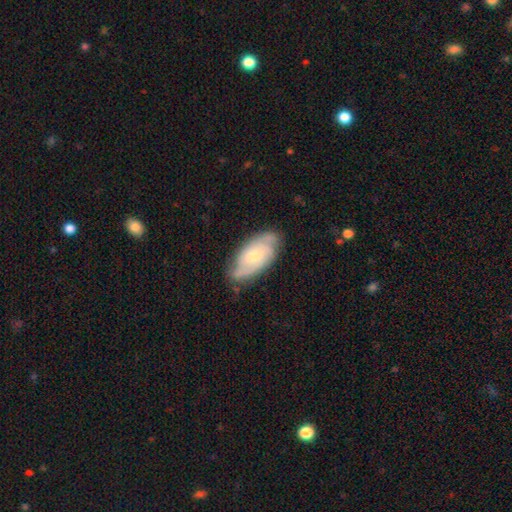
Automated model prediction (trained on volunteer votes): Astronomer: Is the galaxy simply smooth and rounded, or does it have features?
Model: featured or disk — 73%.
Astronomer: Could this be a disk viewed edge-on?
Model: no — 94%.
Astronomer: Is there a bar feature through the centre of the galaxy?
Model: no — 52% (runner-up: weak, 39%).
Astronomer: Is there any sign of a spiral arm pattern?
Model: yes — 93%.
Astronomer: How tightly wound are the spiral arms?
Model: tight — 50% (runner-up: medium, 39%).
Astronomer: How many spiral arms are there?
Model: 2 — 57%.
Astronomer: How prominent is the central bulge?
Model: small — 56% (runner-up: moderate, 37%).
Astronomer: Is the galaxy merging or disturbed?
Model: none — 74%.